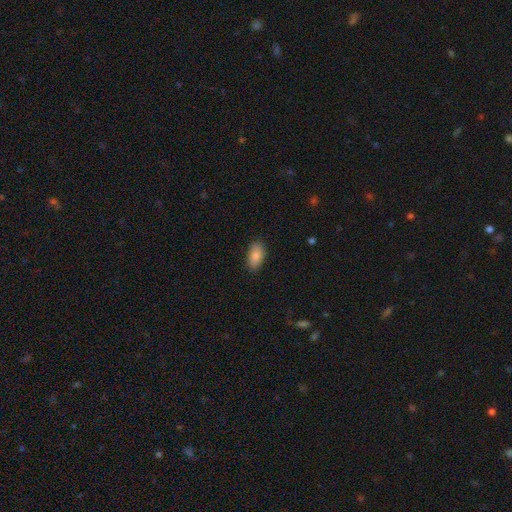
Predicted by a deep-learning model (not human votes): Morphology: type=smooth (86%); roundness=in between (93%); merging=none (85%).